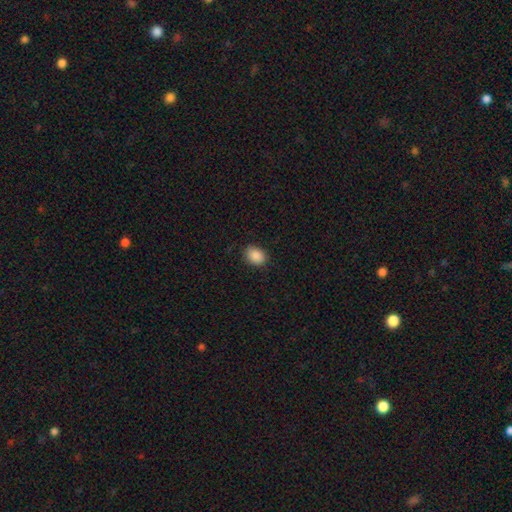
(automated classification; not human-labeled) A smooth galaxy with no disk features (89%) that is in between round and cigar-shaped (71%). Merging: none (86%).